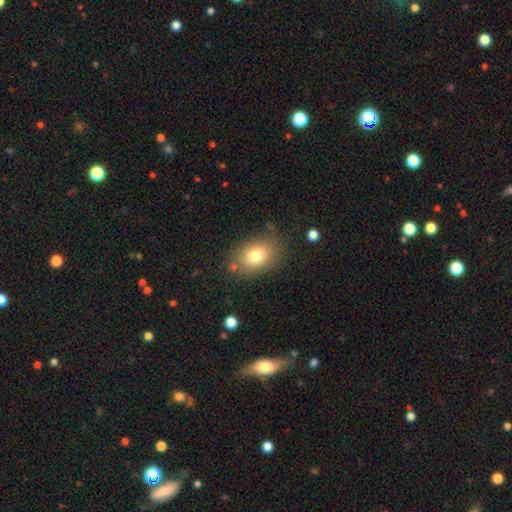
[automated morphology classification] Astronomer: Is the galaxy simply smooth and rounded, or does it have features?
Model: smooth — 78%.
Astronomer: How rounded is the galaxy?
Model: in between — 72%.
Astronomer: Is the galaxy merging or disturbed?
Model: none — 77%.